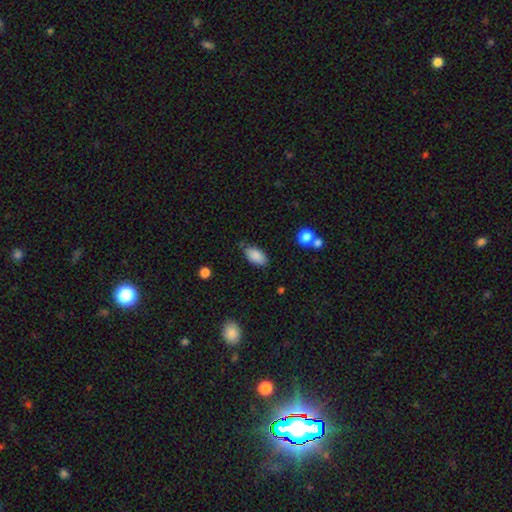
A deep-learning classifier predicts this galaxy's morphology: A smooth galaxy with no disk features (87%) that is in between round and cigar-shaped (93%). Merging: none (78%).